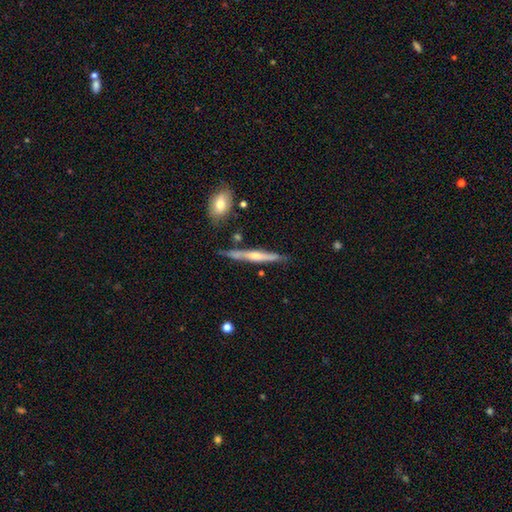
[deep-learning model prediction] Smooth or featured? featured or disk (65%)
Edge-on disk? yes (96%)
Edge-on bulge? rounded (72%)
Merging? none (81%)